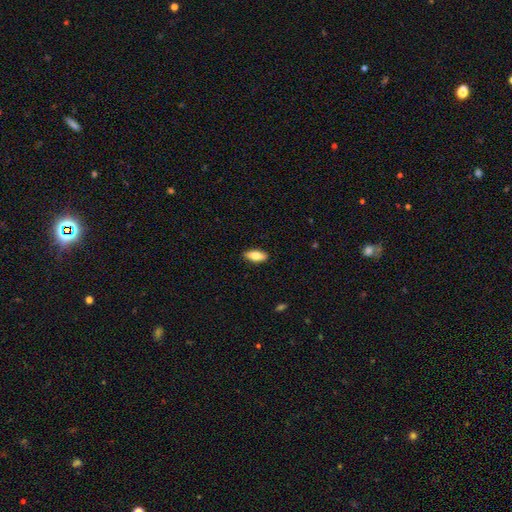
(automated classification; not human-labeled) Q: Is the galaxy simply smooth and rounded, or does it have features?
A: smooth — 75%.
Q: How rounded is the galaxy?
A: in between — 81%.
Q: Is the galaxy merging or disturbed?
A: none — 89%.